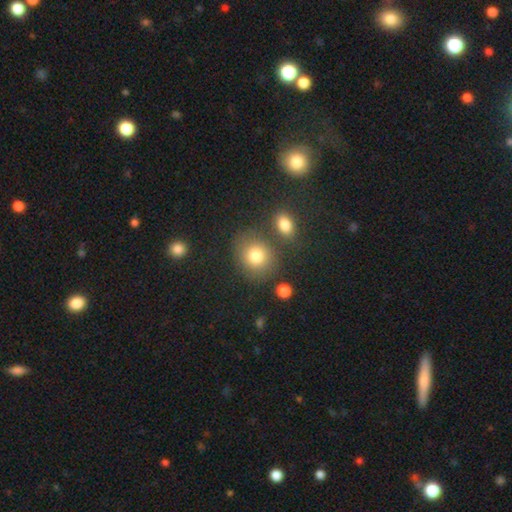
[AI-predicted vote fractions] Smooth or featured? Predicted: smooth (p=0.80). How rounded? Predicted: round (p=0.74). Merging? Predicted: none (p=0.71).